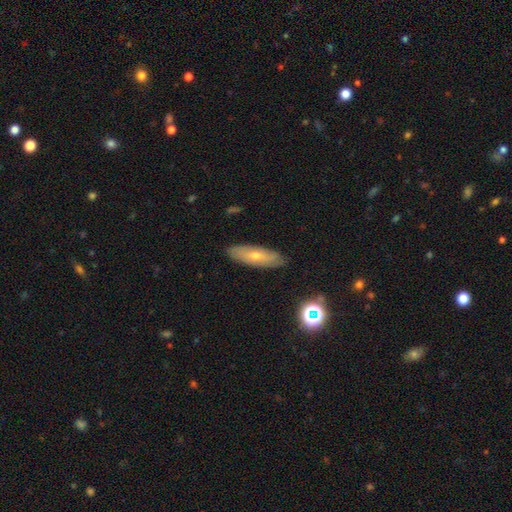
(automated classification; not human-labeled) Overall: smooth (50%; featured or disk 40%). How rounded: cigar-shaped (51%; in between 46%). Merging: none (86%).